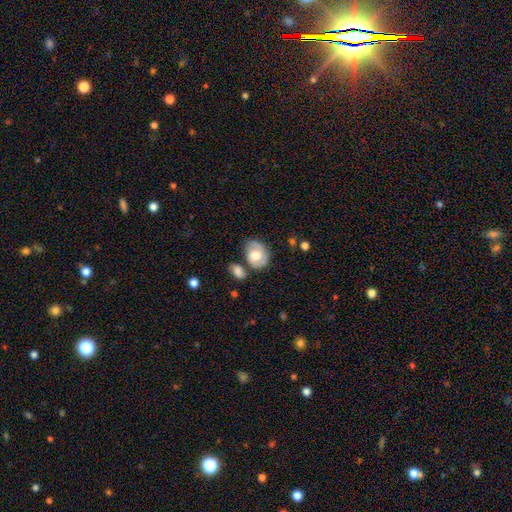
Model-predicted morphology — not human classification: A featured or disk galaxy (49%).

Vote fractions:
- Smooth or featured? featured or disk: 49% / smooth: 44% / star or artifact: 7%
- Merging? none: 54% / minor disturbance: 24% / merger: 13% / major disturbance: 9%